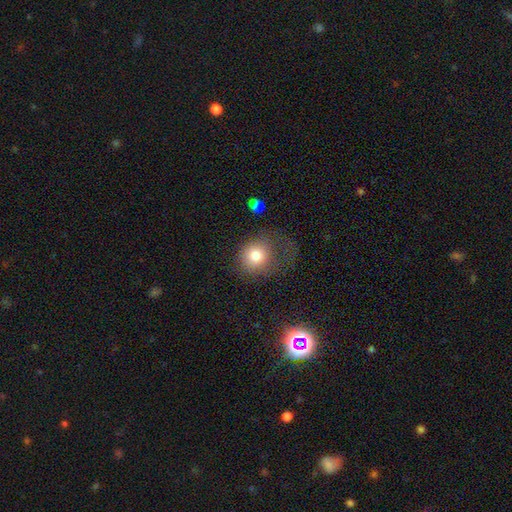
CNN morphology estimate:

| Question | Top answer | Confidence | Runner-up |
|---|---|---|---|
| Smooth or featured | smooth | 79% | featured or disk (11%) |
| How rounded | round | 76% | in between (23%) |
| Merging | none | 43% | major disturbance (33%) |